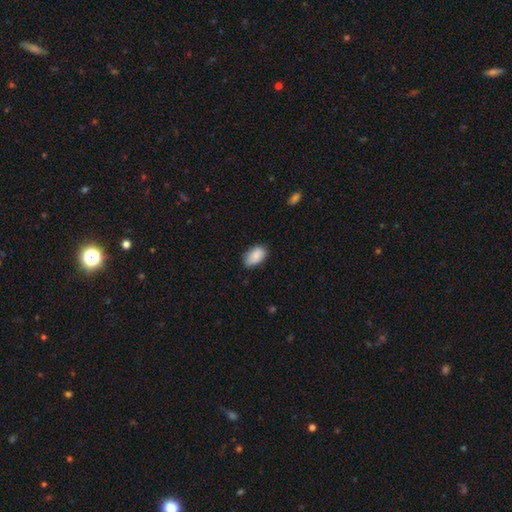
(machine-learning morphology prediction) The model was most divided on "merging": none: 78%, minor disturbance: 19%, major disturbance: 3%, merger: 1%. More confident: how rounded — in between (93%); smooth or featured — smooth (86%).